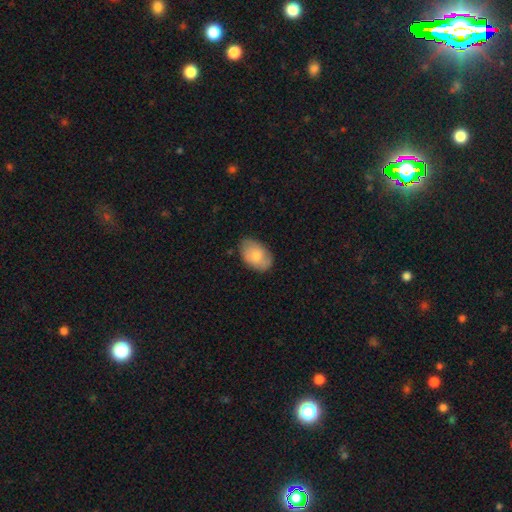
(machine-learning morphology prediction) Smooth or featured?
  - smooth: 73% *
  - featured or disk: 21%
  - star or artifact: 6%
How rounded?
  - in between: 88% *
  - round: 11%
  - cigar-shaped: 1%
Merging?
  - none: 76% *
  - minor disturbance: 20%
  - major disturbance: 3%
  - merger: 1%